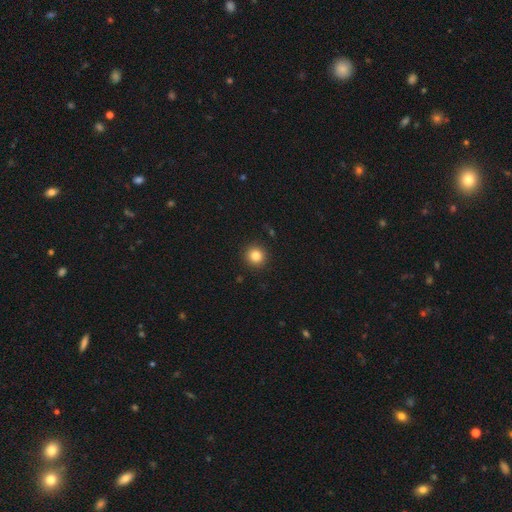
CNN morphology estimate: Q: Smooth or featured?
A: smooth (83%); runner-up: star or artifact (12%)
Q: How rounded?
A: round (94%); runner-up: in between (5%)
Q: Merging?
A: none (93%); runner-up: minor disturbance (5%)